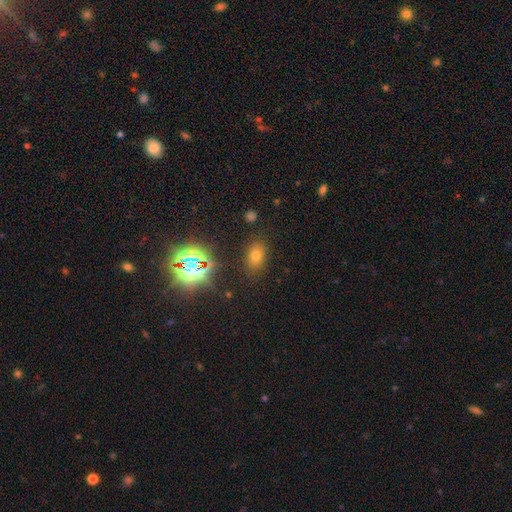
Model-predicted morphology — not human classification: smooth-or-featured: smooth: 60% | star or artifact: 30% | featured or disk: 10%
  how-rounded: in between: 81% | round: 17% | cigar-shaped: 2%
  merging: none: 85% | minor disturbance: 10% | major disturbance: 4% | merger: 2%